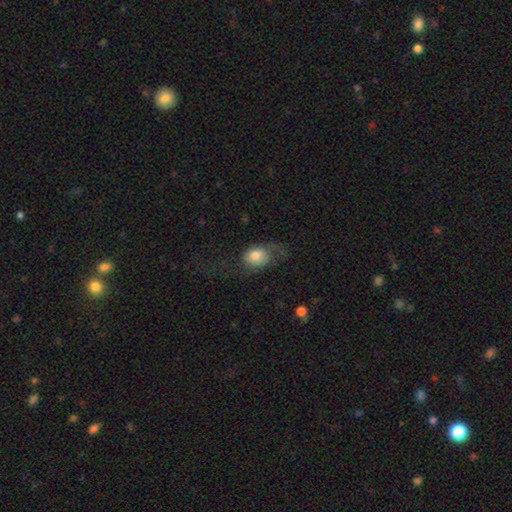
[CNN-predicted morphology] Q: Smooth or featured?
A: smooth (70%); runner-up: featured or disk (22%)
Q: How rounded?
A: in between (60%); runner-up: round (39%)
Q: Merging?
A: major disturbance (40%); runner-up: none (35%)